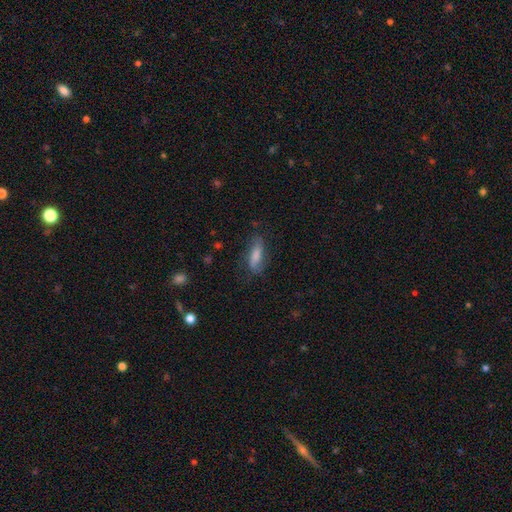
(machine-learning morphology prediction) A smooth galaxy with no disk features (62%) that is in between round and cigar-shaped (54%). Merging: none (71%).